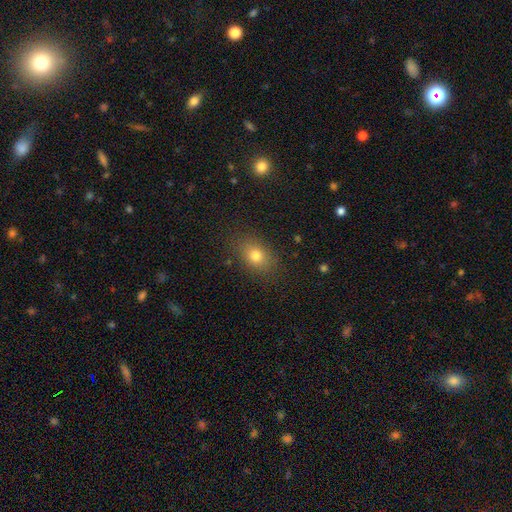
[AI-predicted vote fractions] A smooth galaxy with no disk features (78%) that is in between round and cigar-shaped (72%).

Vote fractions:
- Smooth or featured? smooth: 78% / star or artifact: 12% / featured or disk: 11%
- How rounded? in between: 72% / round: 26% / cigar-shaped: 2%
- Merging? none: 84% / minor disturbance: 11% / major disturbance: 4% / merger: 1%